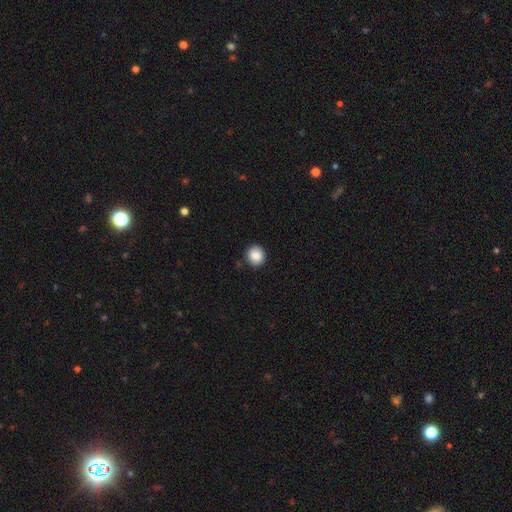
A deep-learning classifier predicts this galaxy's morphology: smooth 86%, star or artifact 9%, featured or disk 5%. Down the decision tree: how rounded — round (88%); merging — none (88%).